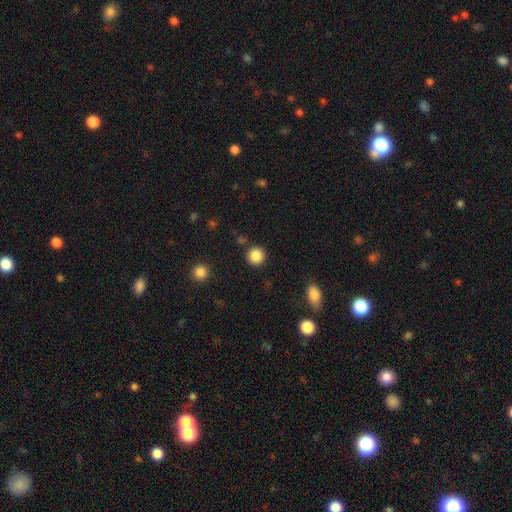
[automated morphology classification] A smooth galaxy with no disk features (86%) that is round (94%).

Vote fractions:
- Smooth or featured? smooth: 86% / star or artifact: 10% / featured or disk: 3%
- How rounded? round: 94% / in between: 5% / cigar-shaped: 1%
- Merging? none: 89% / minor disturbance: 6% / merger: 3% / major disturbance: 2%